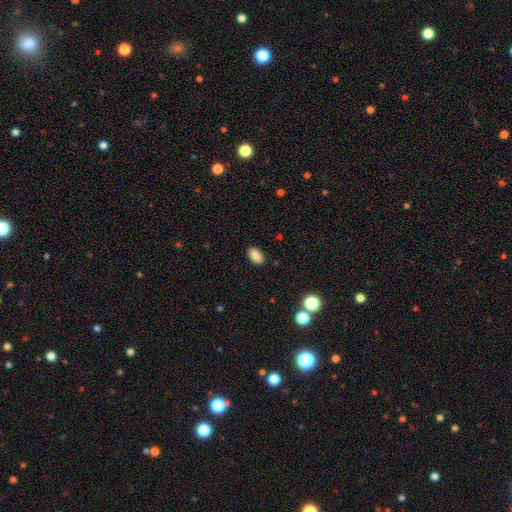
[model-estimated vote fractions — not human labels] Smooth or featured? Predicted: smooth (p=0.86). How rounded? Predicted: in between (p=0.92). Merging? Predicted: none (p=0.87).